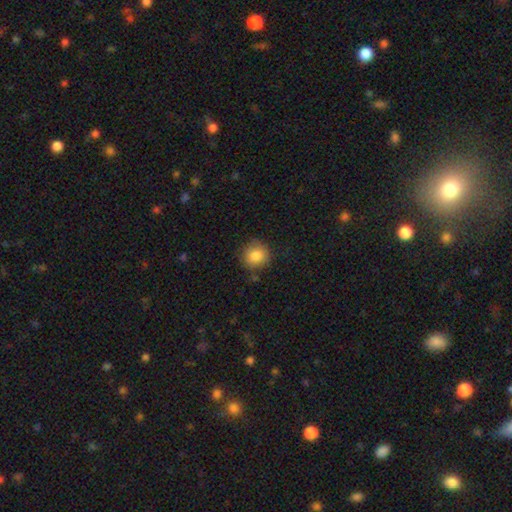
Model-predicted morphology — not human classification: type=smooth (85%); roundness=round (88%); merging=none (80%).